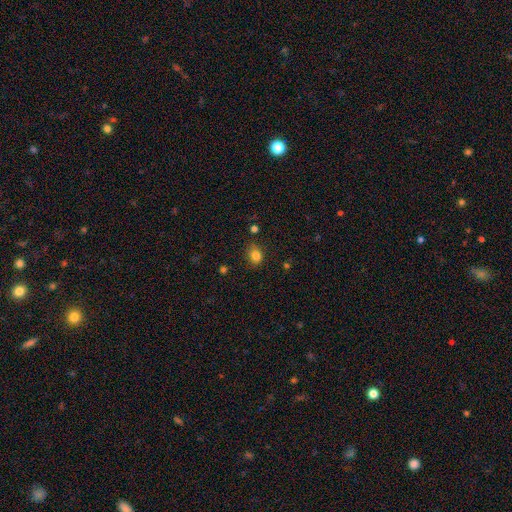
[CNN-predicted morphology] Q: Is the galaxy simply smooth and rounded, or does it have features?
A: smooth — 82%.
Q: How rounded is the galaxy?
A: round — 56%.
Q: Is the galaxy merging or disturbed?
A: none — 78%.